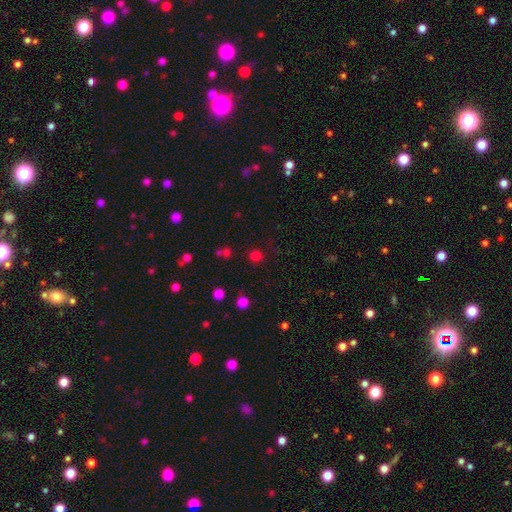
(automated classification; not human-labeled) Morphology: type=smooth (73%); roundness=round (92%); merging=none (85%).